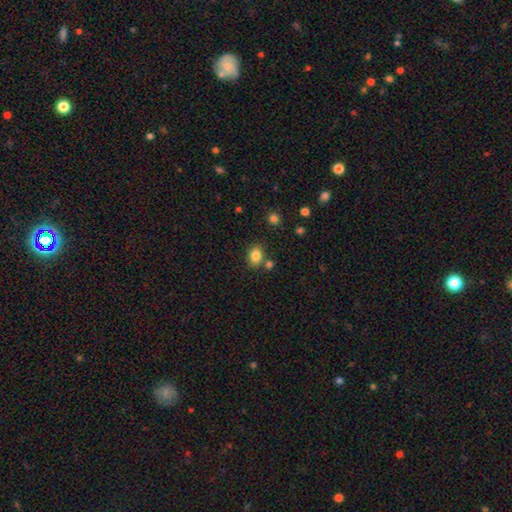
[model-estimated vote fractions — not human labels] This is clearly a smooth galaxy (83%). How rounded: likely in between (62%). Merging: likely none (75%).